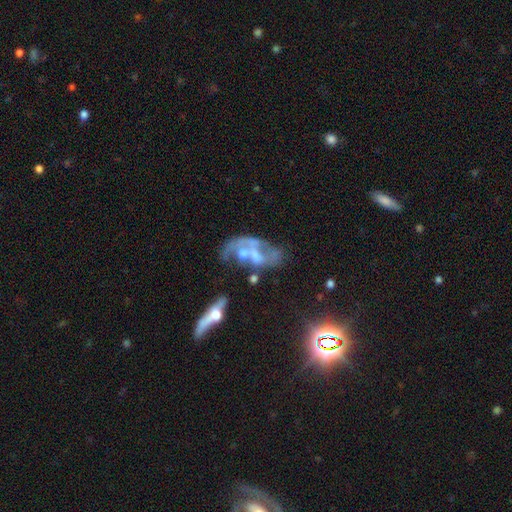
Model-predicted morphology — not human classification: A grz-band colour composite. It shows a featured or disk galaxy (67%) with no bar (73%), no spiral arms (63%) and a moderate central bulge (40%). Merging: merger (32%).